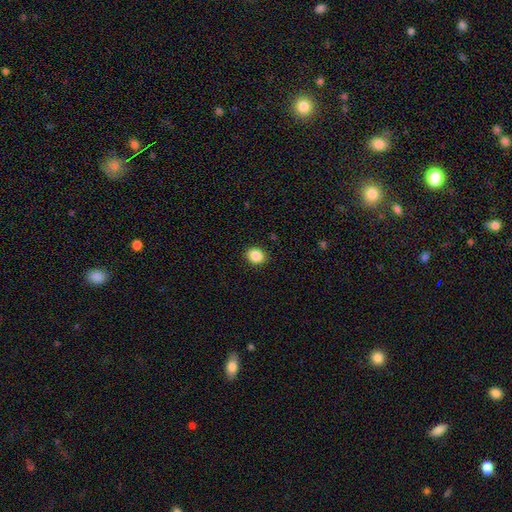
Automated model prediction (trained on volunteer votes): smooth-or-featured: smooth: 88% | star or artifact: 9% | featured or disk: 3%
  how-rounded: round: 59% | in between: 40% | cigar-shaped: 1%
  merging: none: 90% | minor disturbance: 7% | major disturbance: 2% | merger: 1%